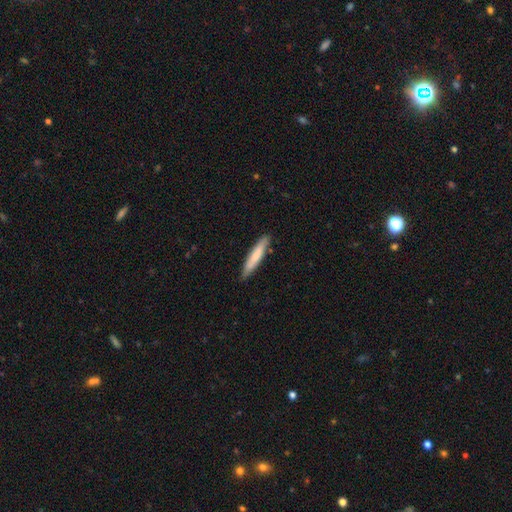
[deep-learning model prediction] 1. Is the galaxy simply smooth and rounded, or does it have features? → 73% smooth, 22% featured or disk, 5% star or artifact.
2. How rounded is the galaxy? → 90% cigar-shaped, 9% in between, 1% round.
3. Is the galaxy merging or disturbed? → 84% none, 12% minor disturbance, 2% major disturbance, 1% merger.